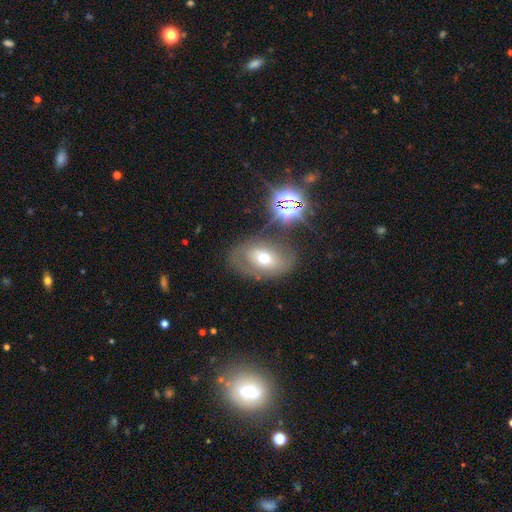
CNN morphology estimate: The model was most divided on "smooth or featured": featured or disk: 49%, smooth: 31%, star or artifact: 21%. More confident: merging — none (73%).